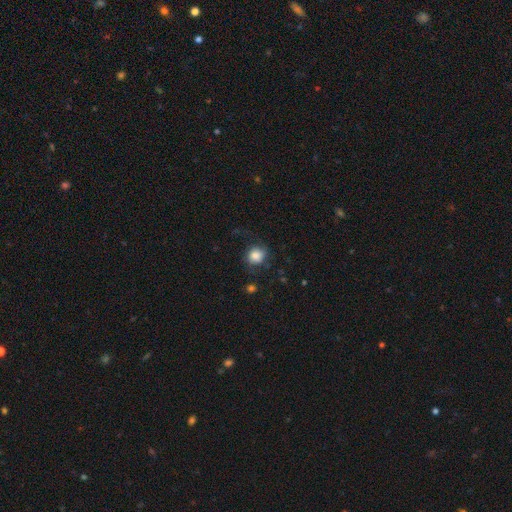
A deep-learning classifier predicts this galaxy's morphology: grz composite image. It shows a smooth galaxy with no disk features (74%) that is round (76%). Merging: none (58%).